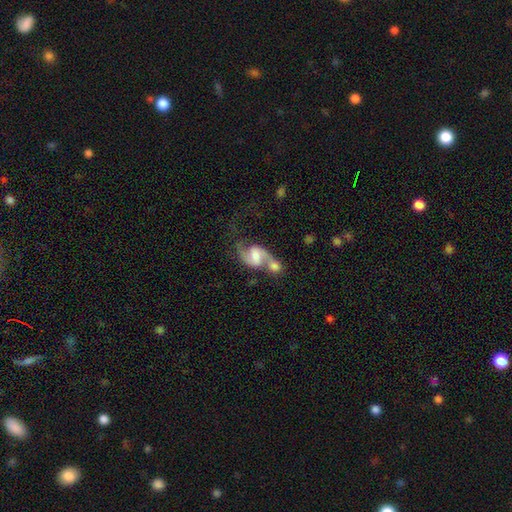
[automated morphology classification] This appears to be a featured or disk galaxy (76%) with a weak bar (48%), 2 (88%) loose (52%) spiral arms (92%) and a moderate central bulge (46%). Merging: merger (54%).